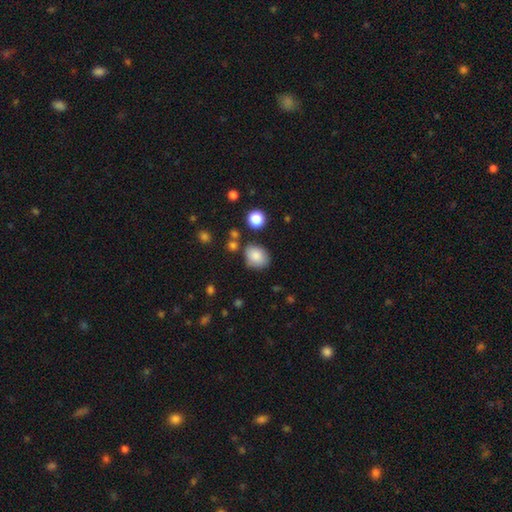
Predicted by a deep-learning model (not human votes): Smooth or featured?
  - smooth: 85% *
  - star or artifact: 9%
  - featured or disk: 6%
How rounded?
  - round: 54% *
  - in between: 45%
  - cigar-shaped: 1%
Merging?
  - none: 72% *
  - minor disturbance: 18%
  - merger: 5%
  - major disturbance: 5%